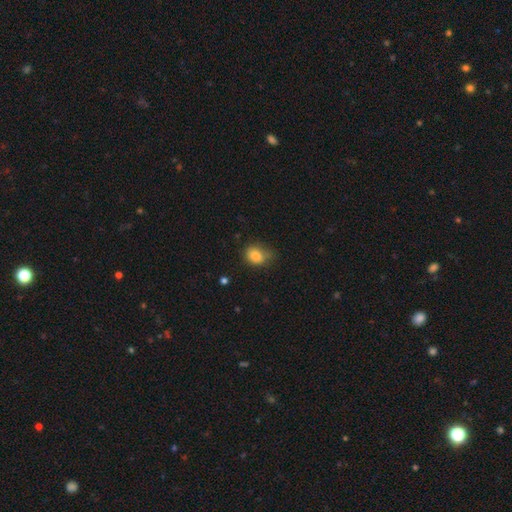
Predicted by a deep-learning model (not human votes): Overall: smooth (84%). How rounded: in between (61%; round 38%). Merging: none (49%; minor disturbance 35%).